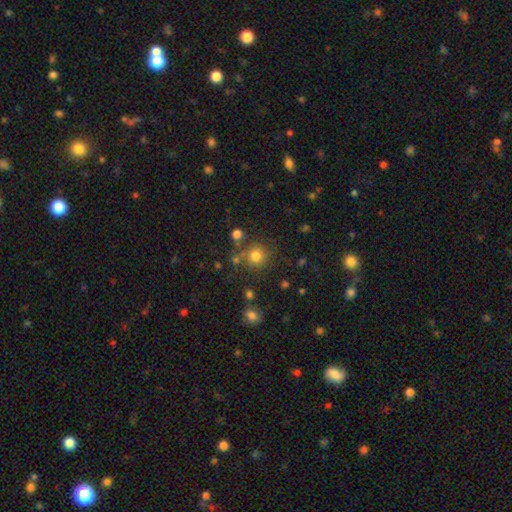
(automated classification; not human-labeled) smooth-or-featured: smooth: 78% | star or artifact: 15% | featured or disk: 7%
  how-rounded: round: 92% | in between: 7% | cigar-shaped: 1%
  merging: none: 78% | minor disturbance: 10% | merger: 8% | major disturbance: 4%